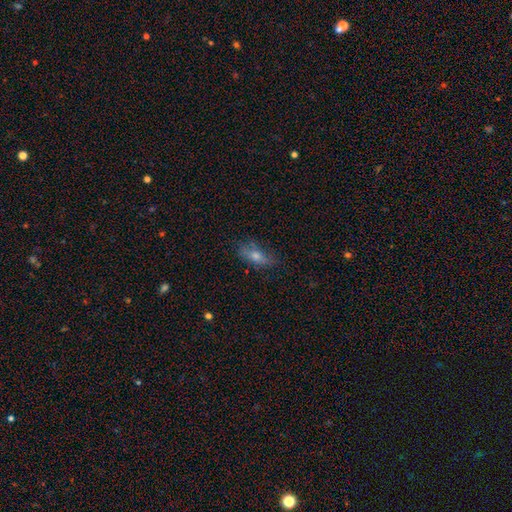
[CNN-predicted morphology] type=smooth (59%); roundness=in between (65%); merging=none (72%).